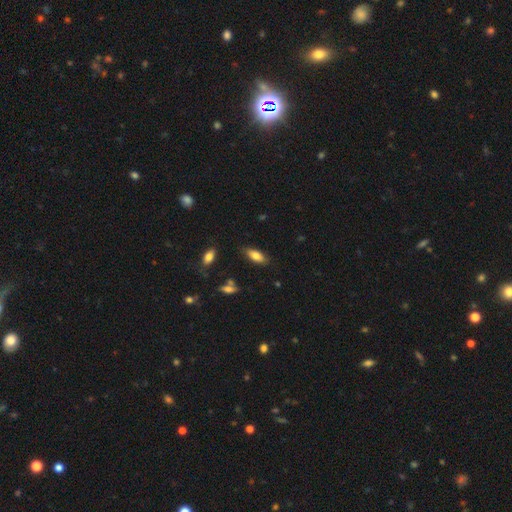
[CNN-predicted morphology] A smooth galaxy with no disk features (79%) that is in between round and cigar-shaped (83%). Merging: none (80%).